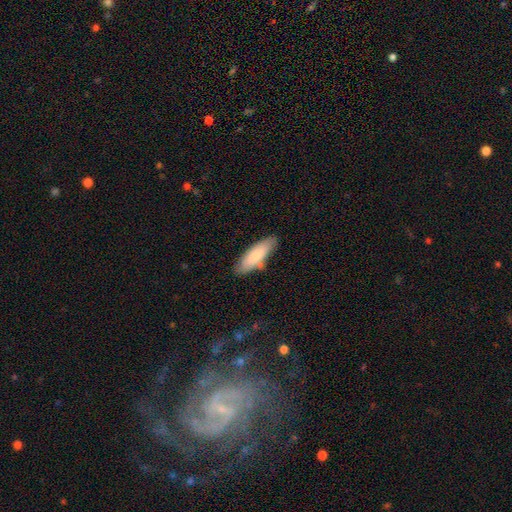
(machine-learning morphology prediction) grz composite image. It shows a smooth galaxy with no disk features (78%) that is in between round and cigar-shaped (58%). Merging: none (76%).